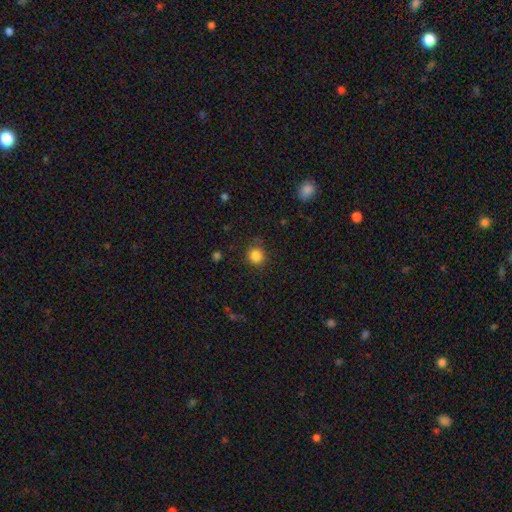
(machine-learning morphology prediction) Smooth or featured? smooth (84%)
How rounded? round (90%)
Merging? none (83%)